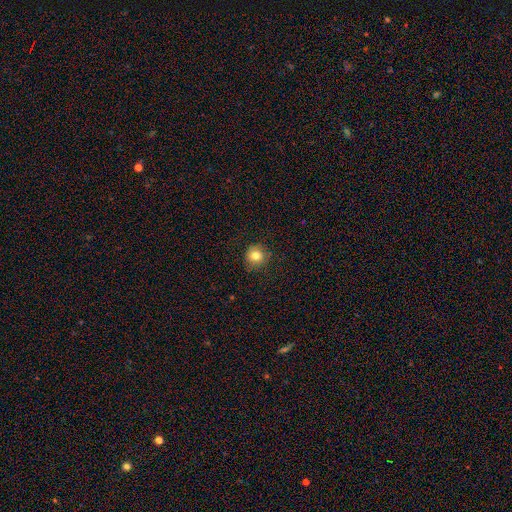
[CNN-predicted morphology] Smooth or featured? Predicted: smooth (p=0.80). How rounded? Predicted: round (p=0.93). Merging? Predicted: none (p=0.87).